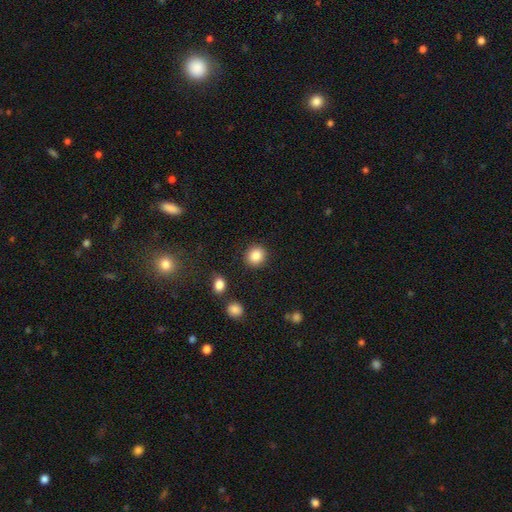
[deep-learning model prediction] Smooth or featured? smooth (86%)
How rounded? round (86%)
Merging? none (90%)